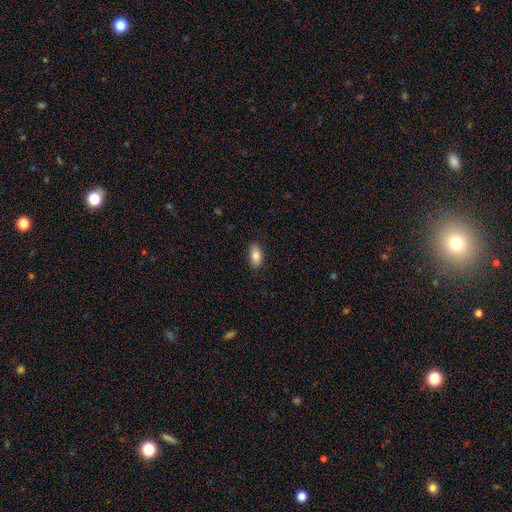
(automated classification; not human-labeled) smooth_or_featured: smooth (p=0.82) [alt: featured or disk p=0.11]
how_rounded: in between (p=0.90) [alt: cigar-shaped p=0.07]
merging: none (p=0.88) [alt: minor disturbance p=0.09]